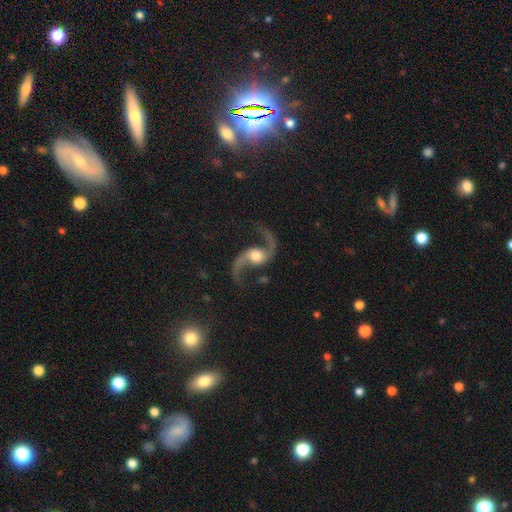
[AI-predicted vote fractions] This appears to be a featured or disk galaxy (93%) with no bar (61%), 2 (95%) loose (83%) spiral arms (98%) and a moderate central bulge (60%). Merging: none (81%).